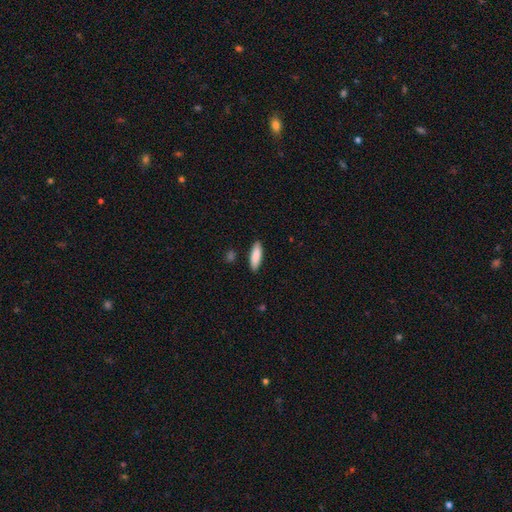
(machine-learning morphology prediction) This appears to be a smooth galaxy with no disk features (87%) that is in between round and cigar-shaped (52%). Merging: none (88%).